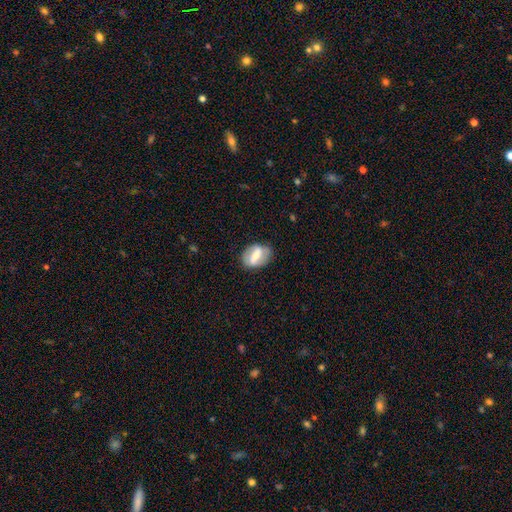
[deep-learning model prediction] A featured or disk galaxy (57%) with a strong bar (66%), no spiral arms (59%) and a moderate central bulge (52%). Merging: none (77%).